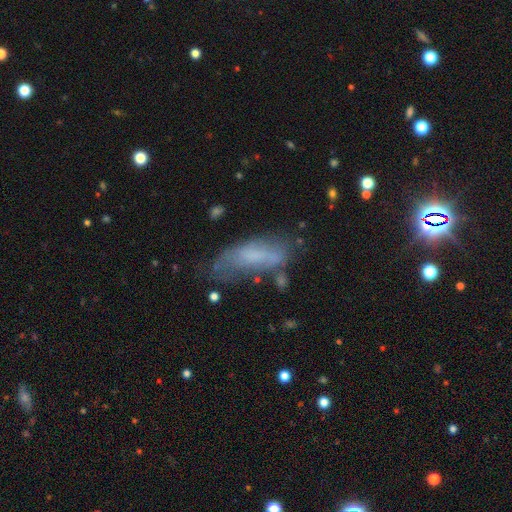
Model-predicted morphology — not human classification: Smooth or featured? smooth (58%)
How rounded? in between (65%)
Merging? none (42%)